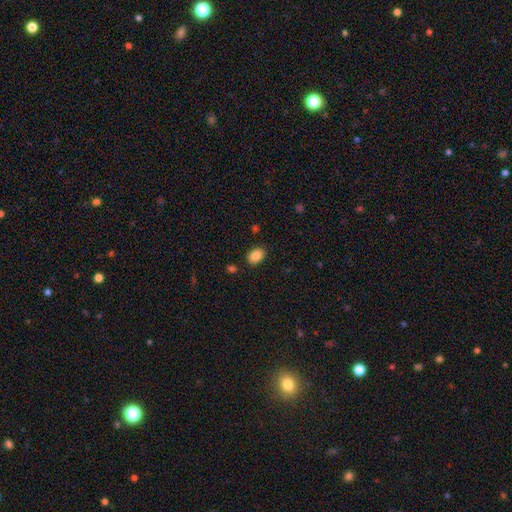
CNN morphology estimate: Smooth or featured: smooth — 86% (star or artifact — 9%)
How rounded: in between — 75% (round — 24%)
Merging: none — 86% (minor disturbance — 10%)